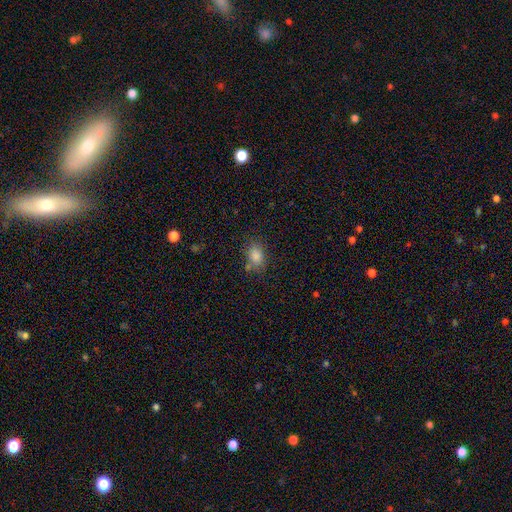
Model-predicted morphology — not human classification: Smooth or featured: smooth — 81% (star or artifact — 12%)
How rounded: in between — 69% (round — 29%)
Merging: none — 73% (minor disturbance — 15%)